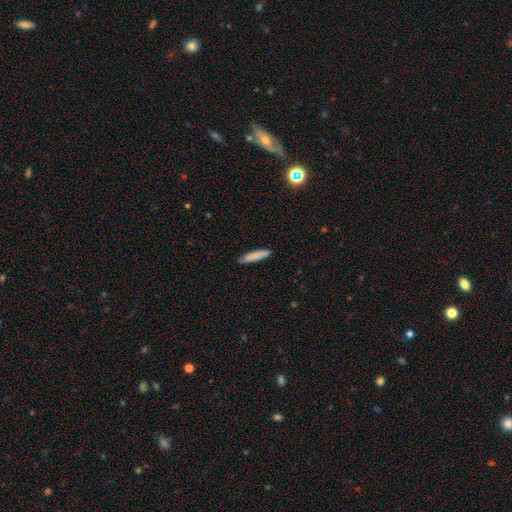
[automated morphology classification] type=smooth (84%); roundness=cigar-shaped (86%); merging=none (87%).